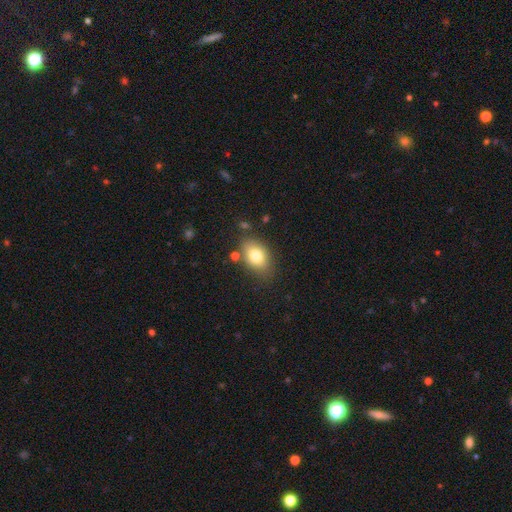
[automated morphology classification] type=smooth (79%); roundness=in between (81%); merging=none (76%).